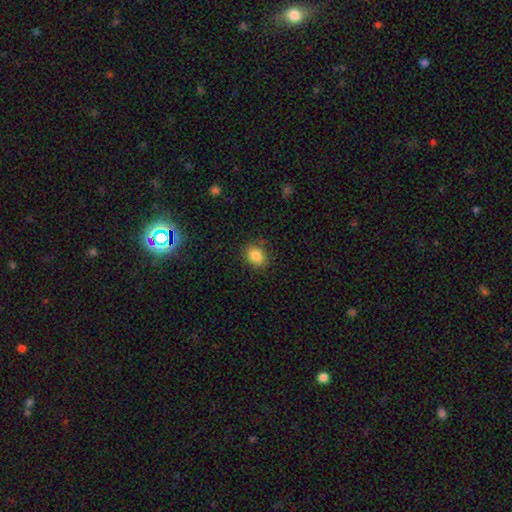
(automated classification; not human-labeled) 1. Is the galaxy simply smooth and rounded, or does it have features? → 86% smooth, 9% star or artifact, 5% featured or disk.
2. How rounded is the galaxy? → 54% in between, 45% round, 1% cigar-shaped.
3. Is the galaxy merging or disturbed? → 84% none, 11% minor disturbance, 3% major disturbance, 1% merger.